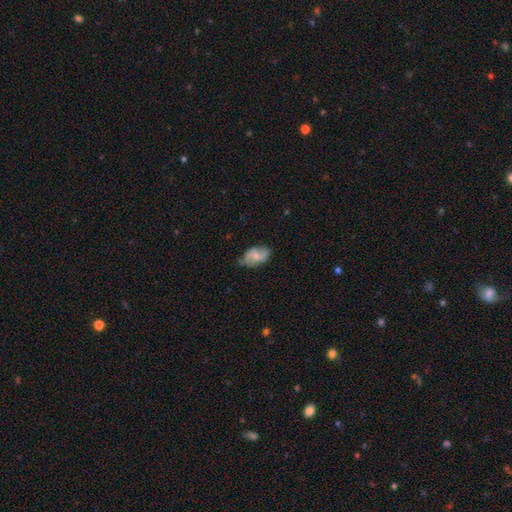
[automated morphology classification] Smooth or featured? featured or disk (54%)
Edge-on disk? no (95%)
Bar? no (48%)
Spiral arms? yes (79%)
Bulge size? small (49%)
Merging? none (63%)